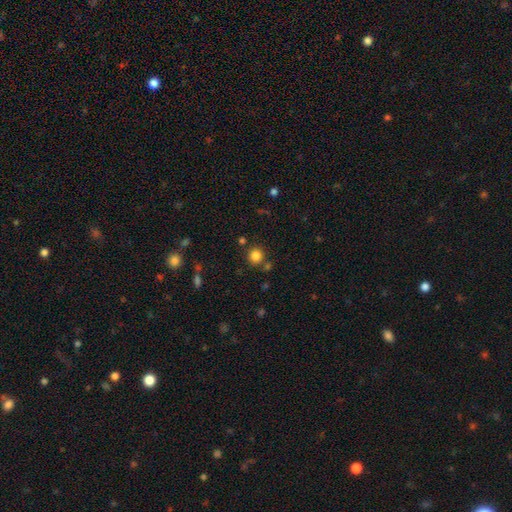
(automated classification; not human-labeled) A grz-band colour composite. It shows a smooth galaxy with no disk features (83%) that is round (92%). Merging: none (81%).